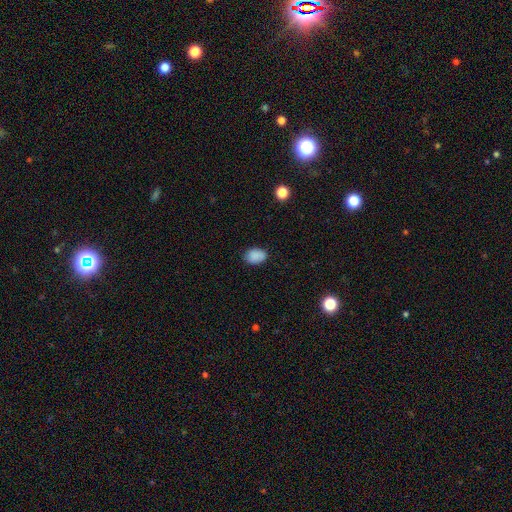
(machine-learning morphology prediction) This is clearly a smooth galaxy (87%). How rounded: likely in between (77%). Merging: clearly none (80%).